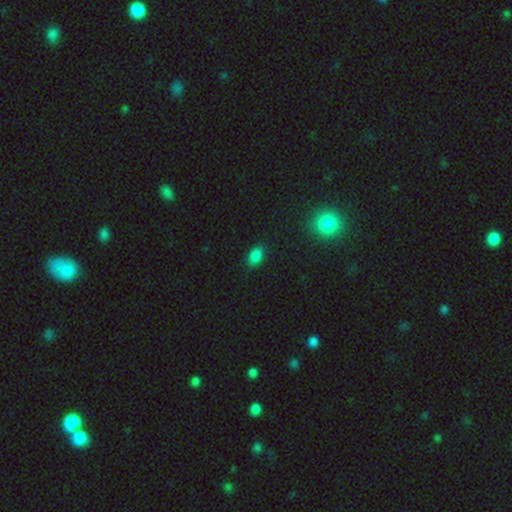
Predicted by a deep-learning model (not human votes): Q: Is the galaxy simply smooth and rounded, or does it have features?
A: smooth — 83%.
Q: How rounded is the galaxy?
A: in between — 82%.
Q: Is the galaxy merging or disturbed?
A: none — 86%.